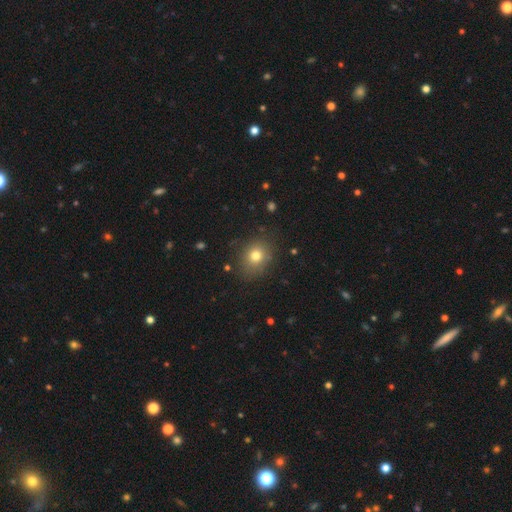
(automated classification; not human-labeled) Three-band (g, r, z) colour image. It shows a smooth galaxy with no disk features (76%) that is round (60%). Merging: none (81%).